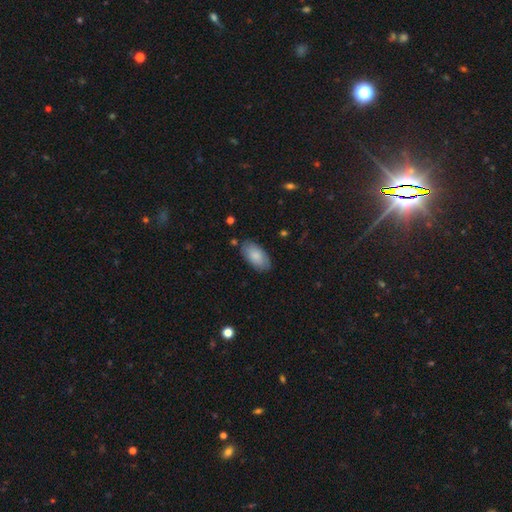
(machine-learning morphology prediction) smooth-or-featured: smooth: 84% | featured or disk: 10% | star or artifact: 6%
  how-rounded: in between: 95% | cigar-shaped: 3% | round: 2%
  merging: none: 81% | minor disturbance: 14% | major disturbance: 3% | merger: 2%